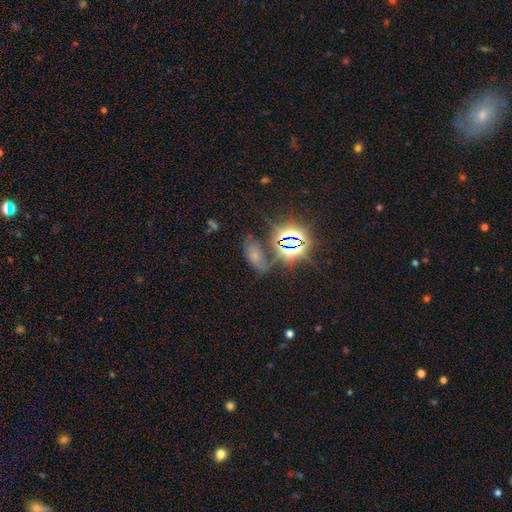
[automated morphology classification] This appears to be a smooth galaxy with no disk features (43%). Merging: none (63%).